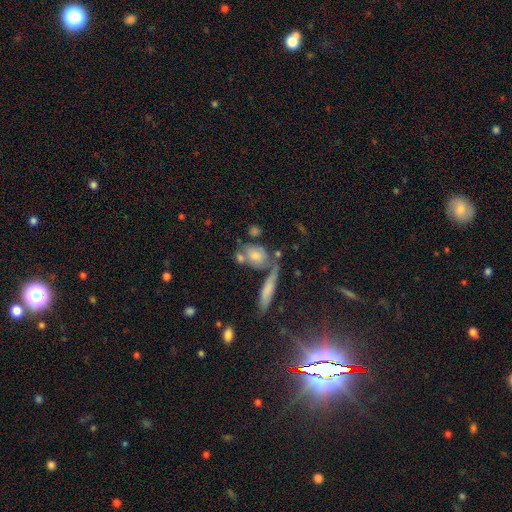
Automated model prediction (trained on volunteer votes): Morphology: type=smooth (53%); roundness=in between (47%); merging=none (50%).